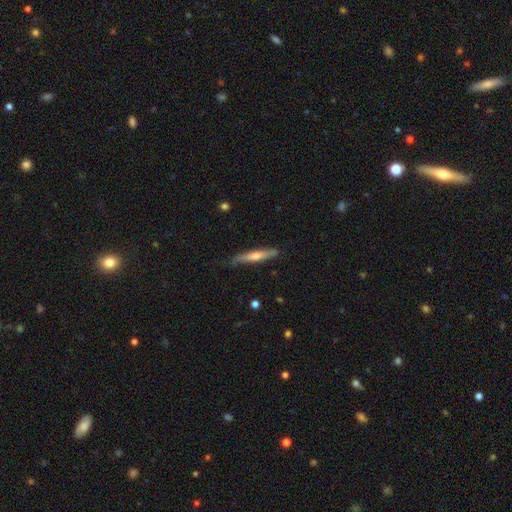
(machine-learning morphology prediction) A featured or disk galaxy (55%) viewed edge-on (94%) with a rounded central bulge (78%). Merging: none (79%).